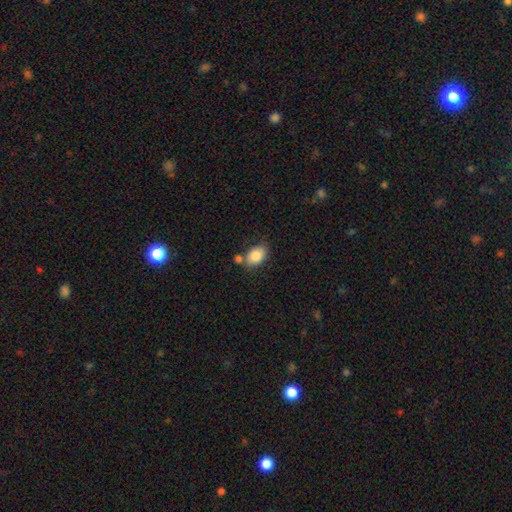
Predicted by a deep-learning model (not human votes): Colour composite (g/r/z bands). It shows a smooth galaxy with no disk features (83%) that is in between round and cigar-shaped (82%). Merging: none (63%).